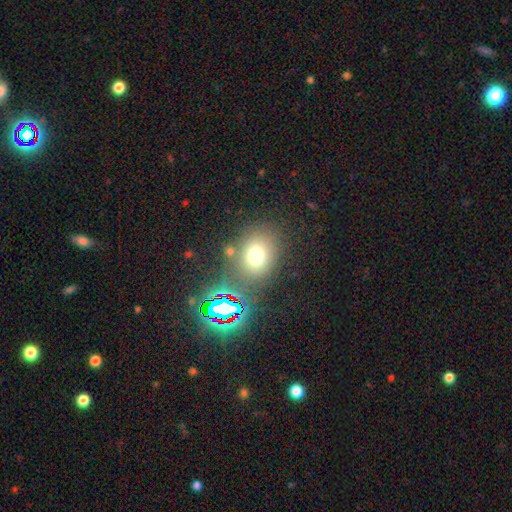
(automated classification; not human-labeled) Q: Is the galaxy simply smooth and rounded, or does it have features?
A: smooth — 70%.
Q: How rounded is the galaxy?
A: round — 56%.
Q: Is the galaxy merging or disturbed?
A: none — 75%.